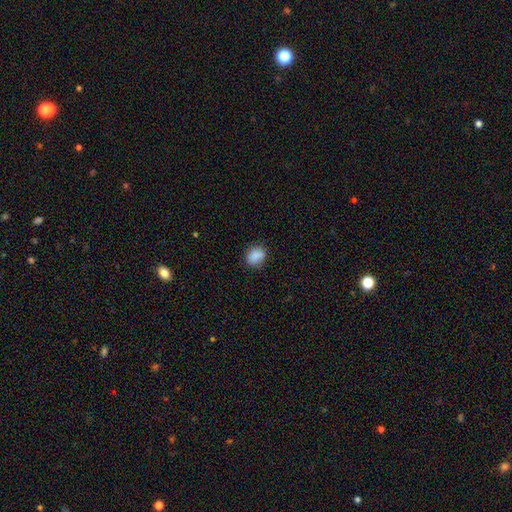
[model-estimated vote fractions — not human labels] smooth 86%, star or artifact 9%, featured or disk 5%. Down the decision tree: how rounded — in between (50%); merging — none (79%).